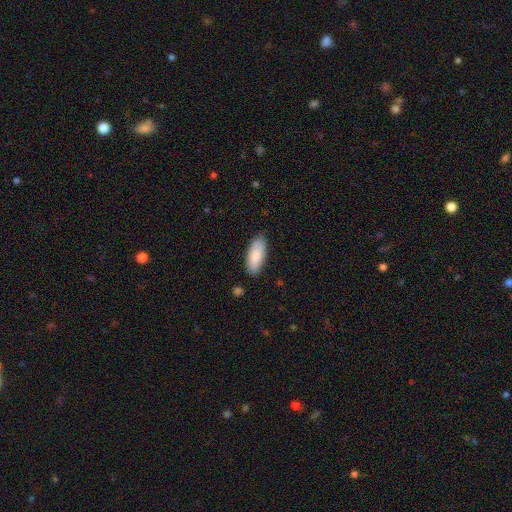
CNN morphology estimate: type=smooth (84%); roundness=in between (83%); merging=none (82%).